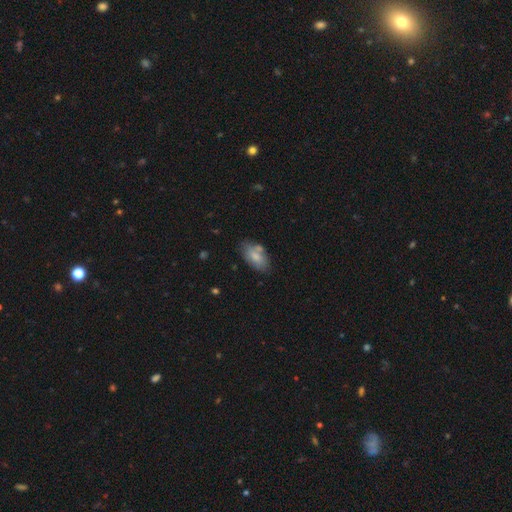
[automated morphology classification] This appears to be a smooth galaxy with no disk features (75%) that is in between round and cigar-shaped (92%). Merging: none (62%).